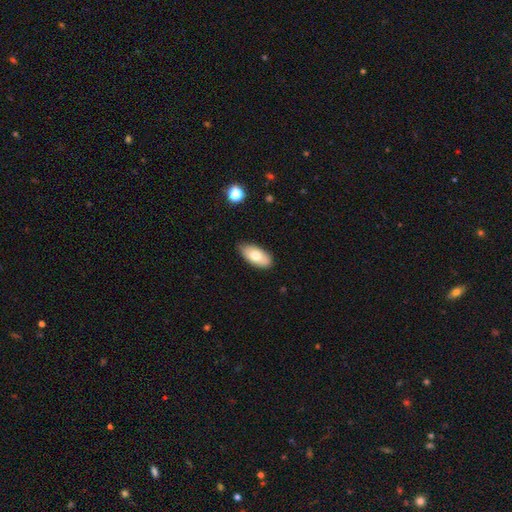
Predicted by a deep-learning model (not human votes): This is likely a smooth galaxy (71%). How rounded: clearly in between (93%). Merging: likely none (80%).